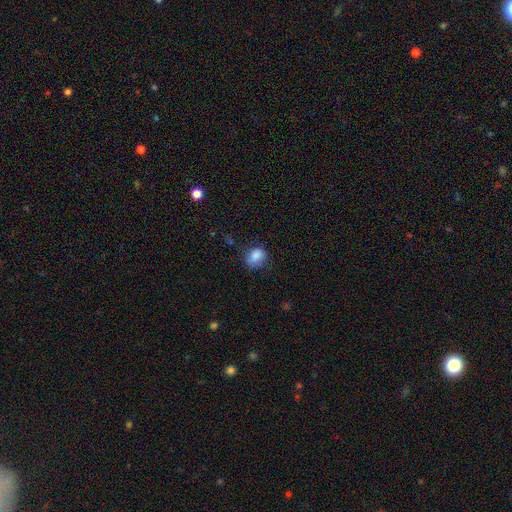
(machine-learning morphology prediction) Smooth or featured? Predicted: smooth (p=0.85). How rounded? Predicted: in between (p=0.58). Merging? Predicted: none (p=0.63).